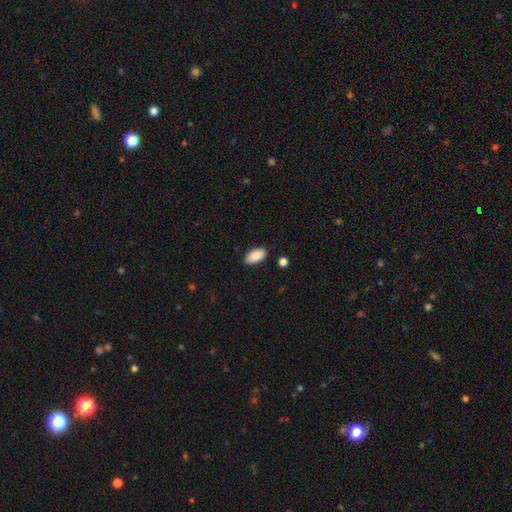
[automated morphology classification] smooth_or_featured: smooth (p=0.89) [alt: star or artifact p=0.06]
how_rounded: in between (p=0.95) [alt: cigar-shaped p=0.03]
merging: none (p=0.86) [alt: minor disturbance p=0.11]